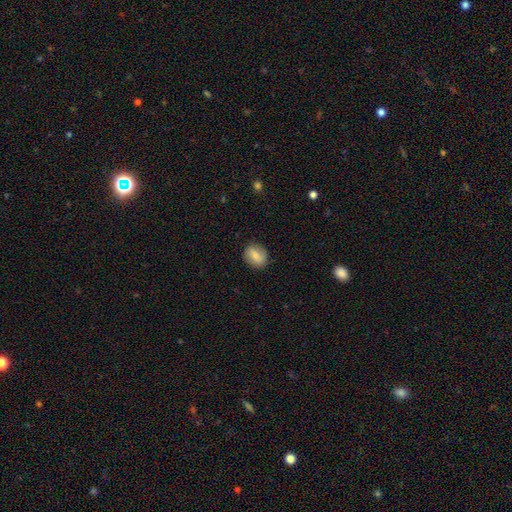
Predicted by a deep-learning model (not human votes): This is likely a smooth galaxy (69%). How rounded: possibly round (56%). Merging: clearly none (85%).